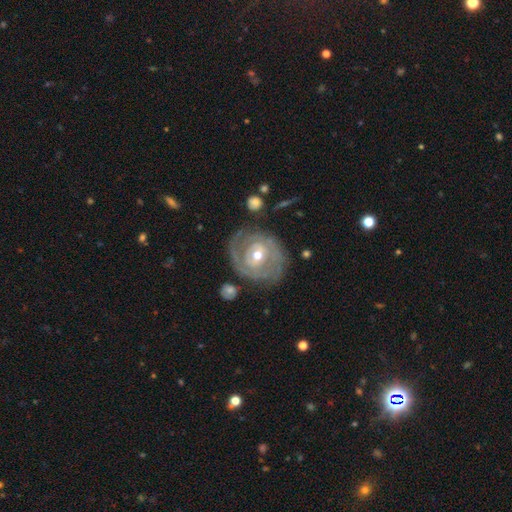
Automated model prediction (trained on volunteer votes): smooth_or_featured: featured or disk (p=0.85) [alt: smooth p=0.10]
disk_edge_on: no (p=0.97) [alt: yes p=0.03]
bar: no (p=0.47) [alt: weak p=0.38]
has_spiral_arms: yes (p=0.90) [alt: no p=0.10]
spiral_winding: tight (p=0.74) [alt: medium p=0.21]
spiral_arm_count: 2 (p=0.50) [alt: can't tell p=0.23]
bulge_size: moderate (p=0.61) [alt: small p=0.35]
merging: none (p=0.73) [alt: minor disturbance p=0.16]